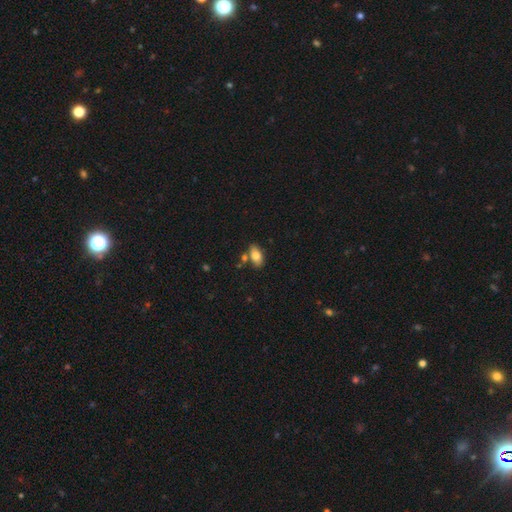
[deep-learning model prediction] Morphology: type=smooth (79%); roundness=in between (90%); merging=none (69%).